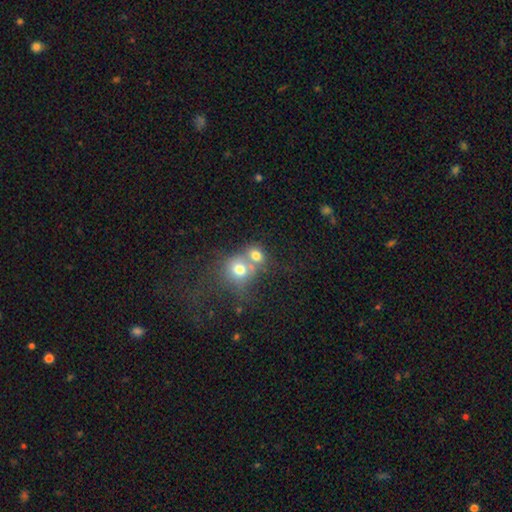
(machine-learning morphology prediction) Smooth or featured? Predicted: smooth (p=0.71). How rounded? Predicted: round (p=0.71). Merging? Predicted: merger (p=0.57).